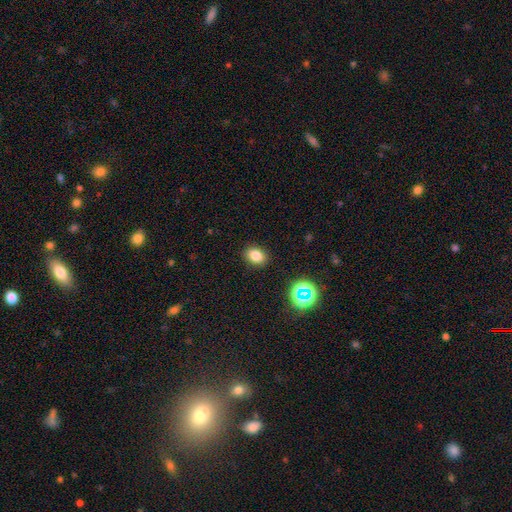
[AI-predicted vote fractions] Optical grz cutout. It shows a smooth galaxy with no disk features (80%) that is in between round and cigar-shaped (66%). Merging: none (88%).